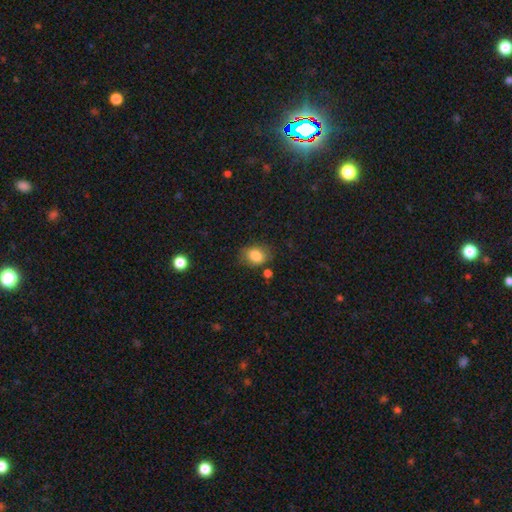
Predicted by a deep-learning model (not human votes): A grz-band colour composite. It shows a smooth galaxy with no disk features (83%) that is in between round and cigar-shaped (62%). Merging: none (69%).